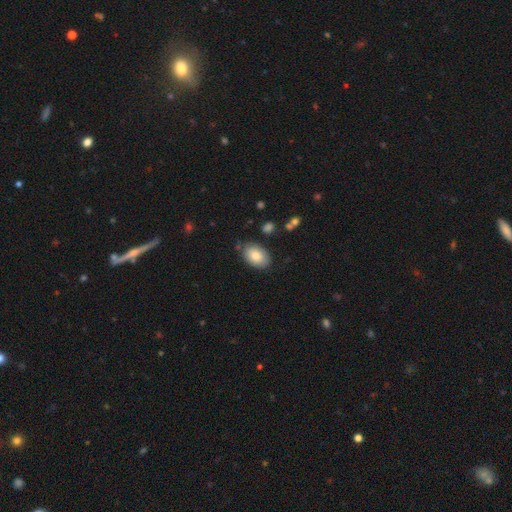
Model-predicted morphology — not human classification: type=smooth (81%); roundness=in between (90%); merging=none (79%).